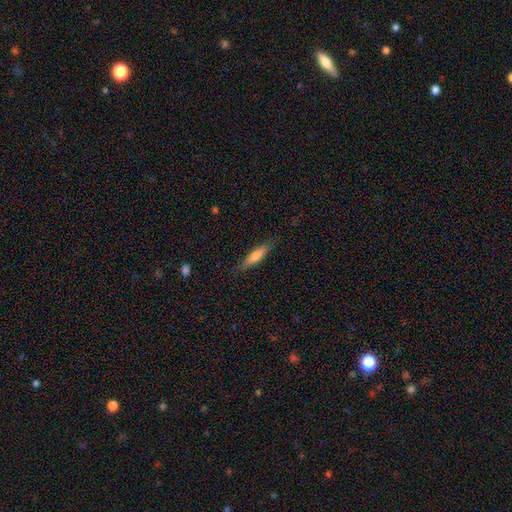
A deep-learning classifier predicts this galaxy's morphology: smooth-or-featured: smooth: 64% | featured or disk: 30% | star or artifact: 6%
  how-rounded: cigar-shaped: 78% | in between: 21% | round: 2%
  merging: none: 84% | minor disturbance: 13% | major disturbance: 3% | merger: 1%